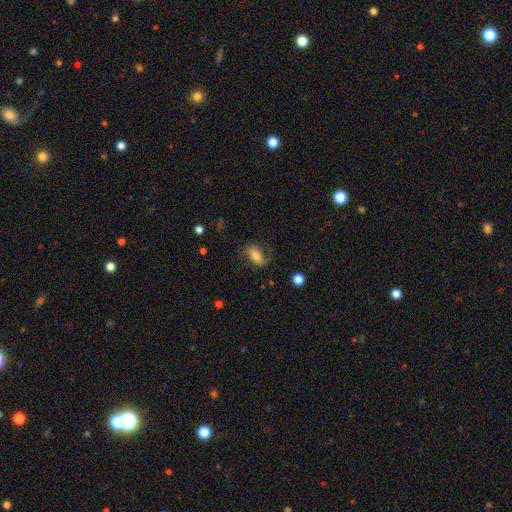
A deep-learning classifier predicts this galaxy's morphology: Smooth or featured? Predicted: smooth (p=0.65). How rounded? Predicted: in between (p=0.86). Merging? Predicted: none (p=0.66).